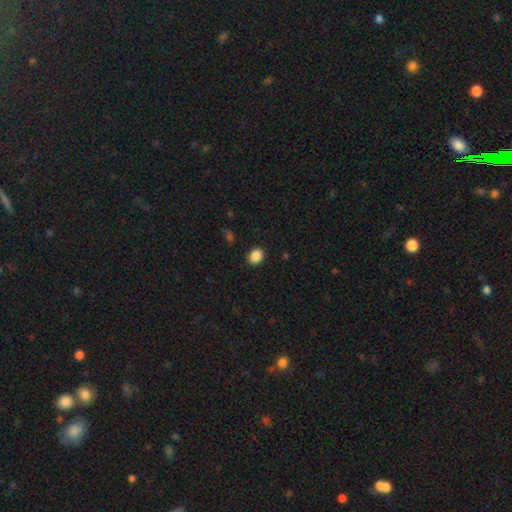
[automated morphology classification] Smooth or featured? Predicted: smooth (p=0.88). How rounded? Predicted: round (p=0.50). Merging? Predicted: none (p=0.90).